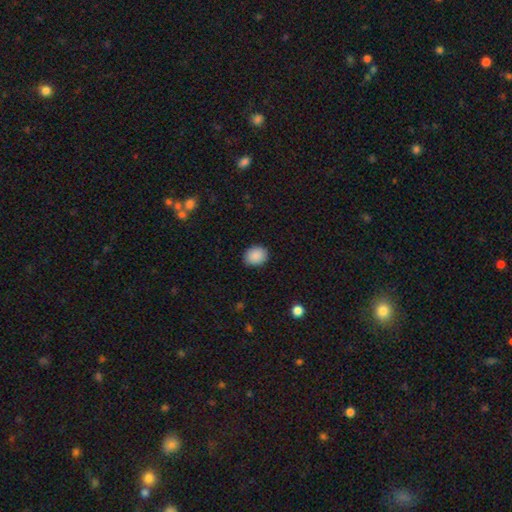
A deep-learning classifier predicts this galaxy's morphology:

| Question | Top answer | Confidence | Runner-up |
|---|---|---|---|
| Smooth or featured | smooth | 89% | star or artifact (8%) |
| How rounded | round | 51% | in between (48%) |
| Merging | none | 87% | minor disturbance (10%) |